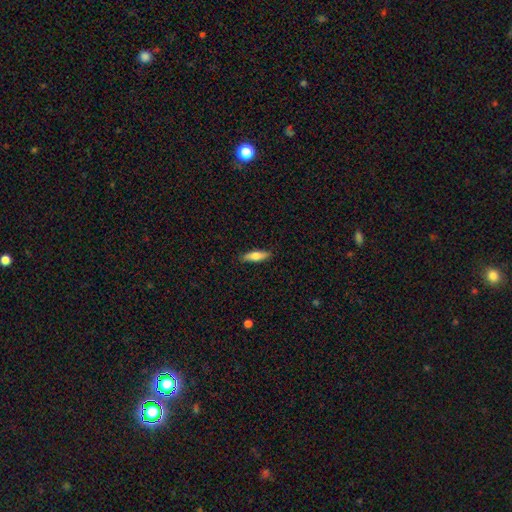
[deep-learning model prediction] This is likely a smooth galaxy (72%). How rounded: possibly cigar-shaped (58%). Merging: clearly none (88%).